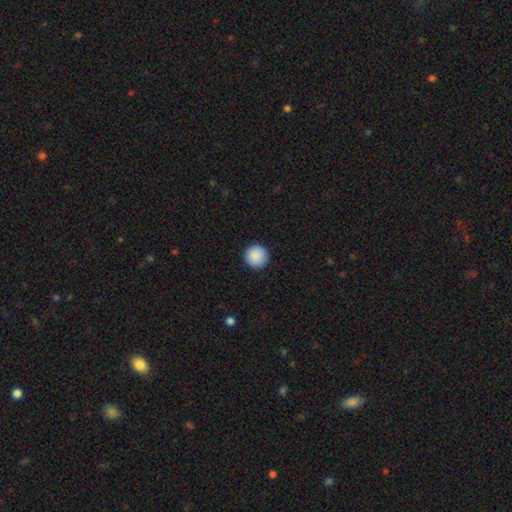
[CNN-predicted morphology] Smooth or featured? Predicted: smooth (p=0.90). How rounded? Predicted: round (p=0.96). Merging? Predicted: none (p=0.93).